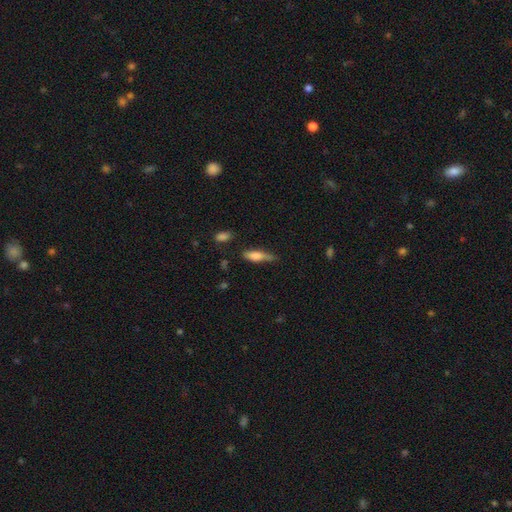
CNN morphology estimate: Smooth or featured? Predicted: smooth (p=0.71). How rounded? Predicted: cigar-shaped (p=0.55). Merging? Predicted: none (p=0.52).